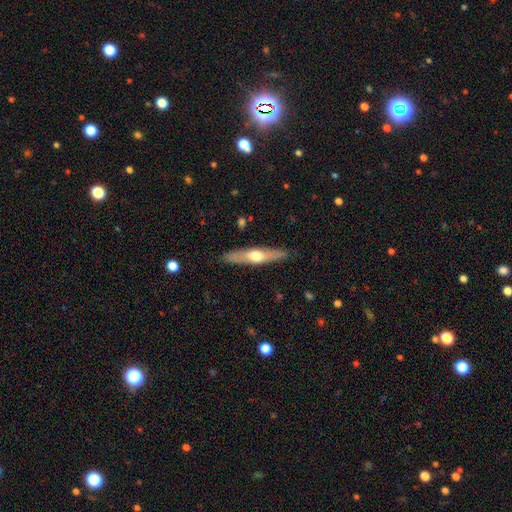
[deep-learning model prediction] The model was most divided on "smooth or featured": featured or disk: 53%, smooth: 41%, star or artifact: 5%. More confident: edge-on disk — yes (90%); merging — none (89%).